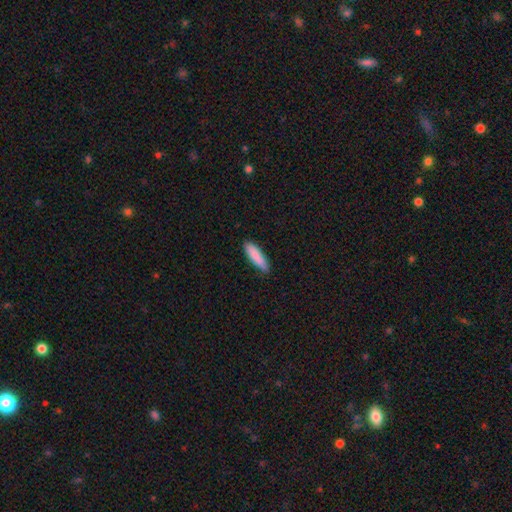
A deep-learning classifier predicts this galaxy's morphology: A smooth galaxy with no disk features (87%) that is cigar-shaped (64%).

Vote fractions:
- Smooth or featured? smooth: 87% / featured or disk: 7% / star or artifact: 6%
- How rounded? cigar-shaped: 64% / in between: 34% / round: 1%
- Merging? none: 80% / minor disturbance: 17% / major disturbance: 2% / merger: 1%